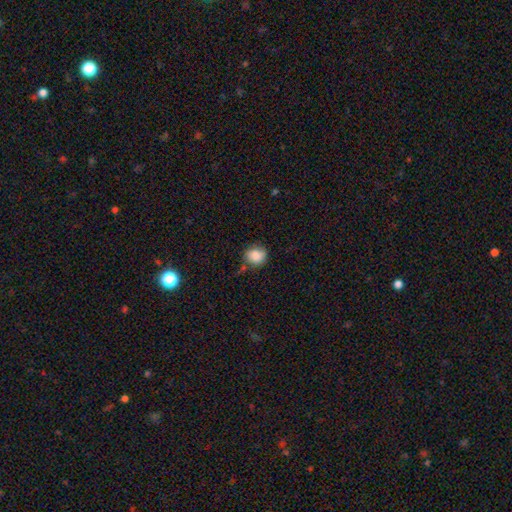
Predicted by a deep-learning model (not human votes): A smooth galaxy with no disk features (83%) that is round (79%).

Vote fractions:
- Smooth or featured? smooth: 83% / star or artifact: 9% / featured or disk: 8%
- How rounded? round: 79% / in between: 20% / cigar-shaped: 1%
- Merging? none: 64% / minor disturbance: 24% / major disturbance: 6% / merger: 5%